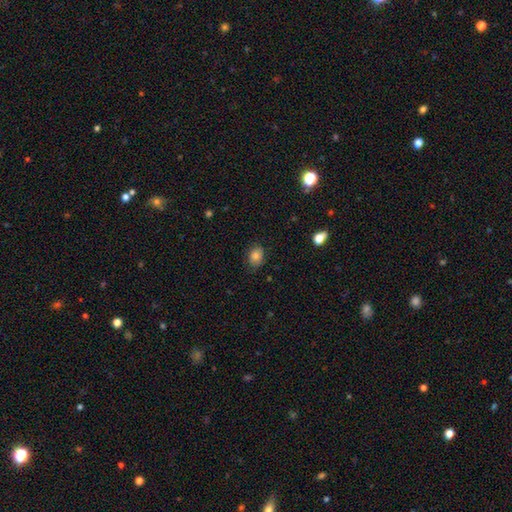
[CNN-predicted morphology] The model was most divided on "how rounded": in between: 57%, round: 42%, cigar-shaped: 1%. More confident: smooth or featured — smooth (81%); merging — none (76%).